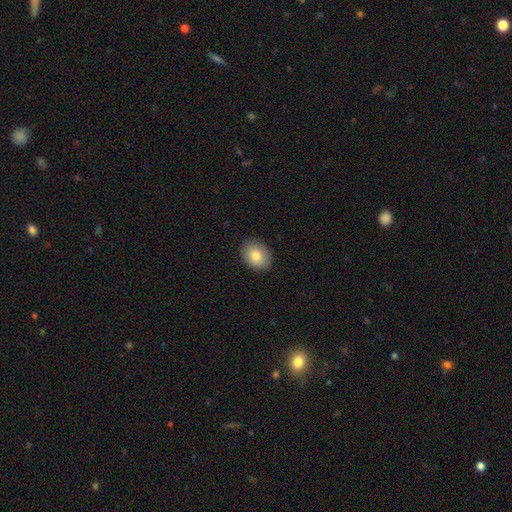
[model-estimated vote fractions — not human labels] smooth_or_featured: smooth (p=0.84) [alt: featured or disk p=0.09]
how_rounded: in between (p=0.68) [alt: round p=0.31]
merging: none (p=0.88) [alt: minor disturbance p=0.09]